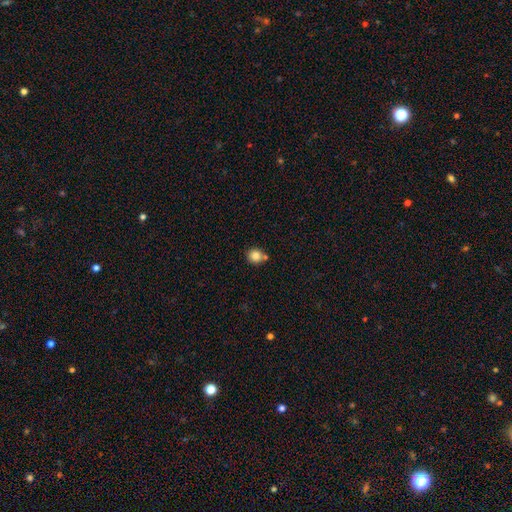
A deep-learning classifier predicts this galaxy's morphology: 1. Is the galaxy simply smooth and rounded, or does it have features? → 83% smooth, 10% star or artifact, 6% featured or disk.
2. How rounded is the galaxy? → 88% round, 11% in between, 1% cigar-shaped.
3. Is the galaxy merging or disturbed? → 66% none, 19% merger, 12% minor disturbance, 3% major disturbance.